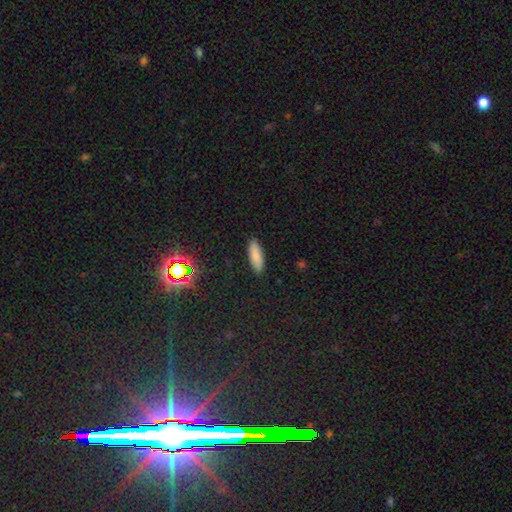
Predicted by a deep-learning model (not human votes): The model was most divided on "how rounded": in between: 59%, cigar-shaped: 40%, round: 2%. More confident: merging — none (90%); smooth or featured — smooth (86%).